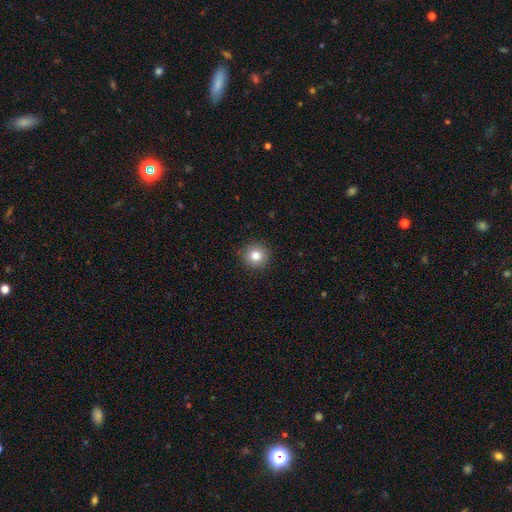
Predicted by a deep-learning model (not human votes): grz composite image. It shows a smooth galaxy with no disk features (81%) that is round (95%). Merging: none (91%).